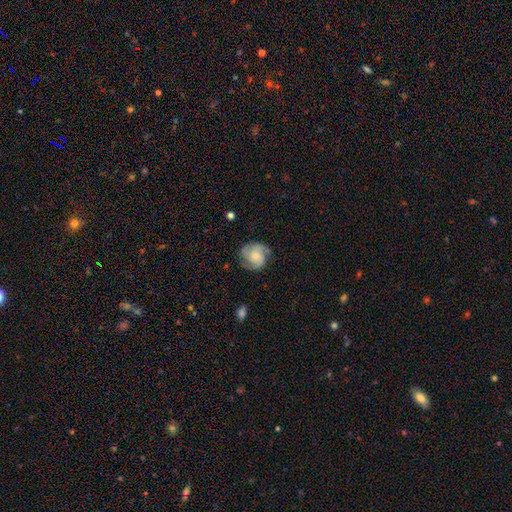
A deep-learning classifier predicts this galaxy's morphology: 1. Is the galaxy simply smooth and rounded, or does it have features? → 74% featured or disk, 20% smooth, 6% star or artifact.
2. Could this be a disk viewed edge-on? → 98% no, 2% yes.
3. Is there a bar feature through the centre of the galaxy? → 69% no, 27% weak, 5% strong.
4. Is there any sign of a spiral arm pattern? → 95% yes, 5% no.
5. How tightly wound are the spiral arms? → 44% medium, 42% tight, 14% loose.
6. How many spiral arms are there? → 39% 3, 35% 2, 14% can't tell, 5% 4, 4% 1, 3% more than 4.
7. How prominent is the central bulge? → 43% small, 38% moderate, 10% none, 7% large, 2% dominant.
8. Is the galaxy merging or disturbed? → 72% none, 19% minor disturbance, 8% major disturbance, 1% merger.